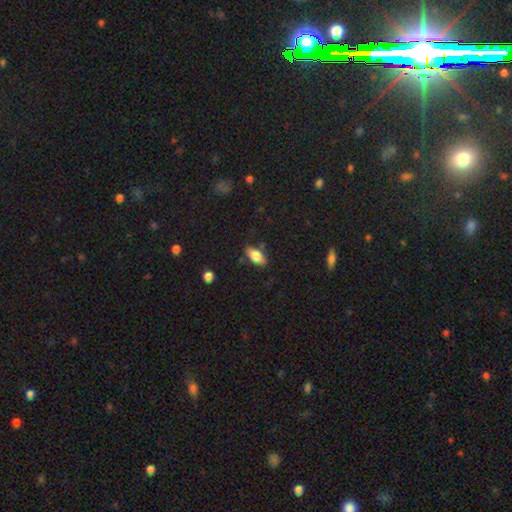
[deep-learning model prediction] smooth 78%, featured or disk 15%, star or artifact 7%. Down the decision tree: how rounded — in between (88%); merging — none (78%).